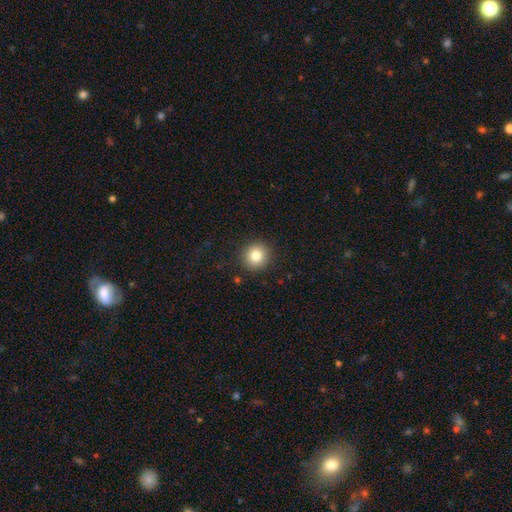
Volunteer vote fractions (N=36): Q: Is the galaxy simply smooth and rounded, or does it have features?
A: smooth — 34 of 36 (94%).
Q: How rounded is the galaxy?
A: round — 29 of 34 (85%).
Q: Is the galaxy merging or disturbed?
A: none — 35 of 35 (100%).